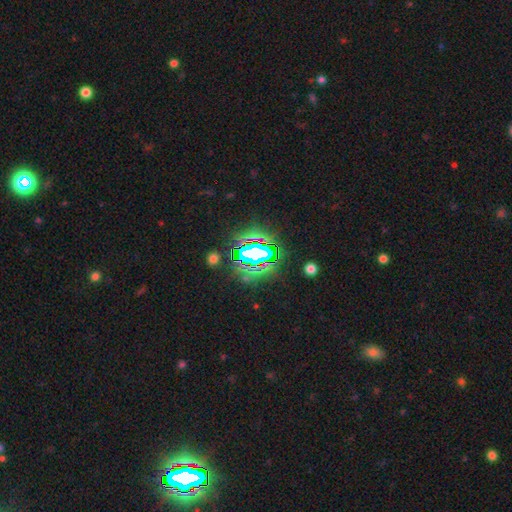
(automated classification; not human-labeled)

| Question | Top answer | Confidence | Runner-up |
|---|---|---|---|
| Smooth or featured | star or artifact | 78% | smooth (13%) |